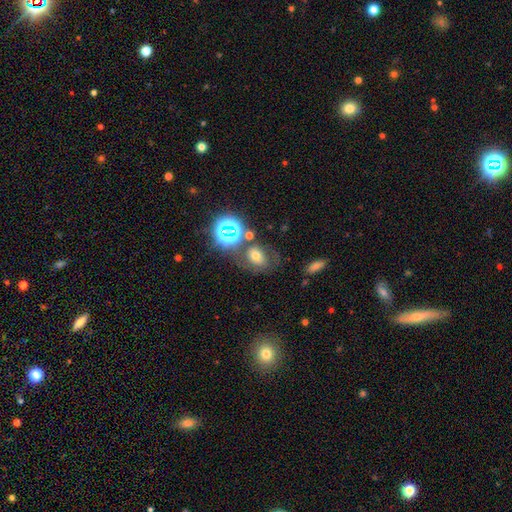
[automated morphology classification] type=smooth (50%); roundness=in between (54%); merging=none (54%).